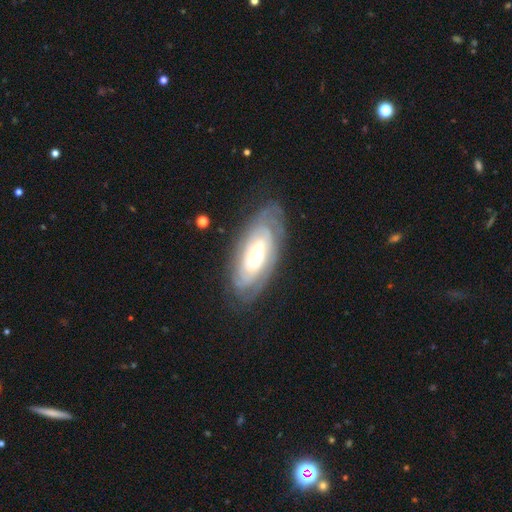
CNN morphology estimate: smooth-or-featured: featured or disk: 77% | smooth: 18% | star or artifact: 5%
  disk-edge-on: no: 89% | yes: 11%
    bar: no: 66% | weak: 23% | strong: 11%
    has-spiral-arms: yes: 85% | no: 15%
      spiral-winding: tight: 77% | medium: 18% | loose: 6%
      spiral-arm-count: can't tell: 58% | 2: 17% | 3: 9% | 4: 7% | more than 4: 6% | 1: 4%
    bulge-size: moderate: 55% | small: 32% | large: 10% | dominant: 2% | none: 1%
  merging: none: 76% | minor disturbance: 16% | major disturbance: 6% | merger: 1%